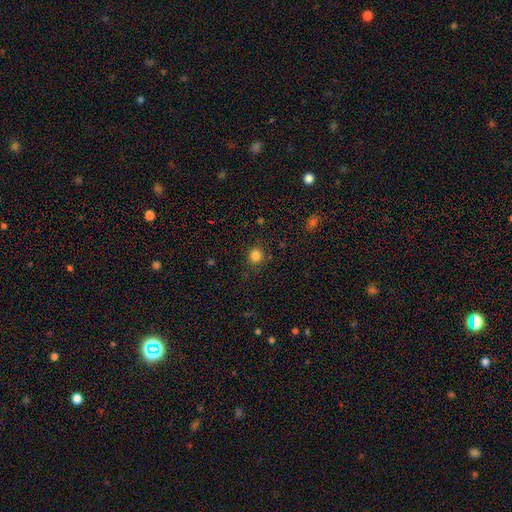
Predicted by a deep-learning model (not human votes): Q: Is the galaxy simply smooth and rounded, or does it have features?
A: smooth — 83%.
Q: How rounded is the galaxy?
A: round — 84%.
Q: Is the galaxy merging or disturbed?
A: none — 86%.